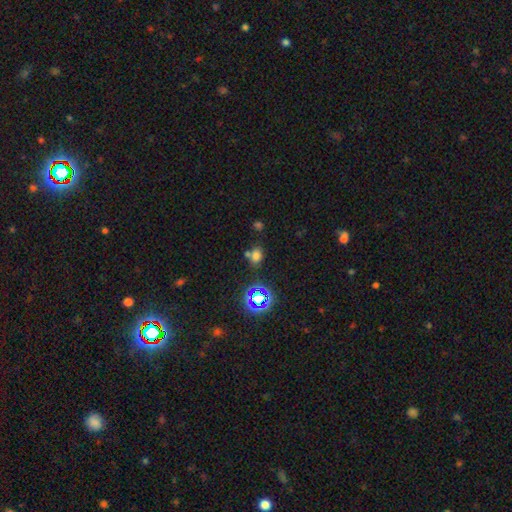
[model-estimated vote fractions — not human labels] A smooth galaxy with no disk features (64%) that is in between round and cigar-shaped (58%).

Vote fractions:
- Smooth or featured? smooth: 64% / star or artifact: 28% / featured or disk: 8%
- How rounded? in between: 58% / round: 41% / cigar-shaped: 1%
- Merging? none: 64% / merger: 18% / minor disturbance: 13% / major disturbance: 4%